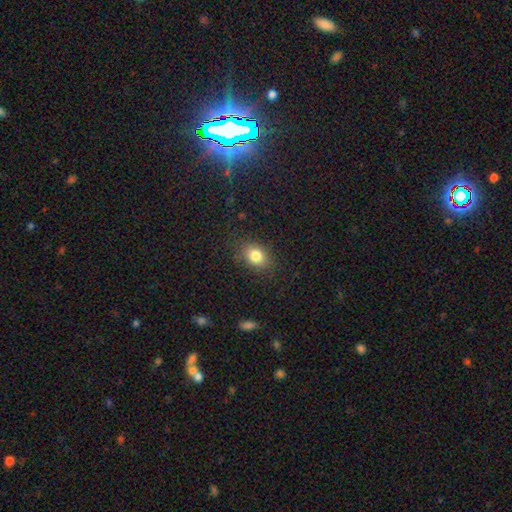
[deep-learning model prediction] This is clearly a smooth galaxy (81%). How rounded: likely in between (64%). Merging: clearly none (83%).